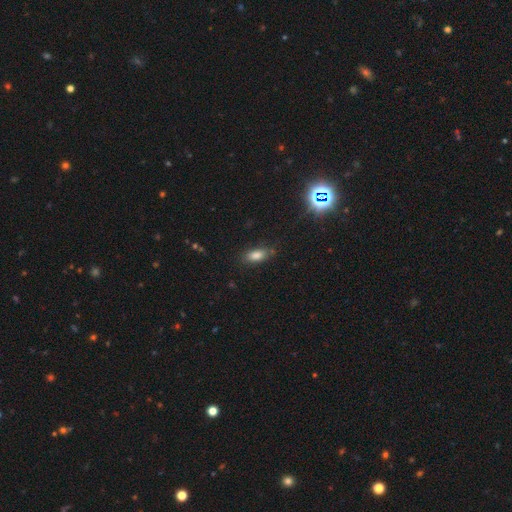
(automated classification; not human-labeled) Smooth or featured?
  - smooth: 81% *
  - star or artifact: 11%
  - featured or disk: 8%
How rounded?
  - in between: 83% *
  - cigar-shaped: 13%
  - round: 4%
Merging?
  - none: 79% *
  - minor disturbance: 15%
  - major disturbance: 4%
  - merger: 2%